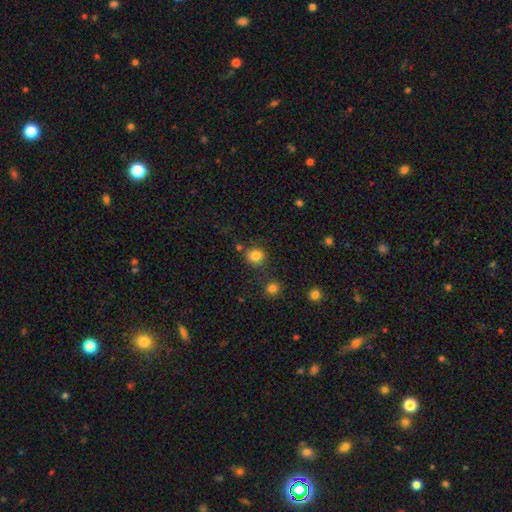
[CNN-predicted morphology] A smooth galaxy with no disk features (82%) that is round (75%). Merging: none (75%).